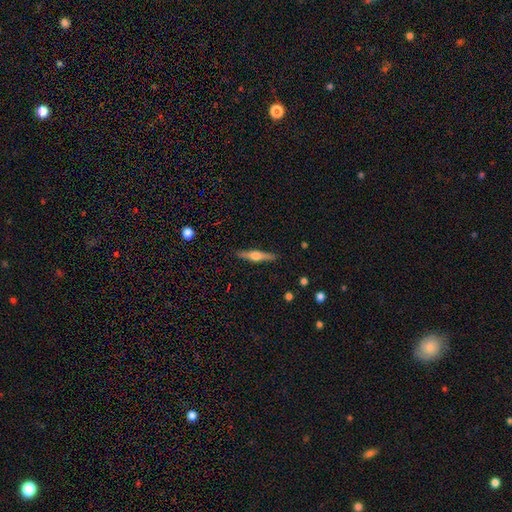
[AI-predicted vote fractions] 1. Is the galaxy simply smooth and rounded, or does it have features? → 67% featured or disk, 27% smooth, 6% star or artifact.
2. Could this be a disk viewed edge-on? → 97% yes, 3% no.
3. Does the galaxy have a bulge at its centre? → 92% rounded, 5% boxy, 2% none.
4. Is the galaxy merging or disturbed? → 90% none, 7% minor disturbance, 2% major disturbance, 1% merger.